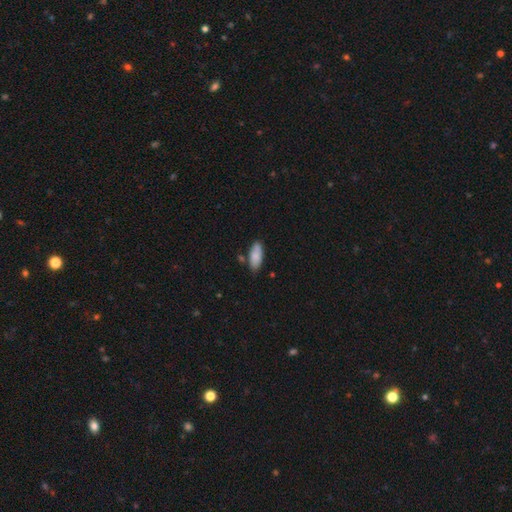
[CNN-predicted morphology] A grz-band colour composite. It shows a smooth galaxy with no disk features (85%) that is in between round and cigar-shaped (85%). Merging: none (77%).